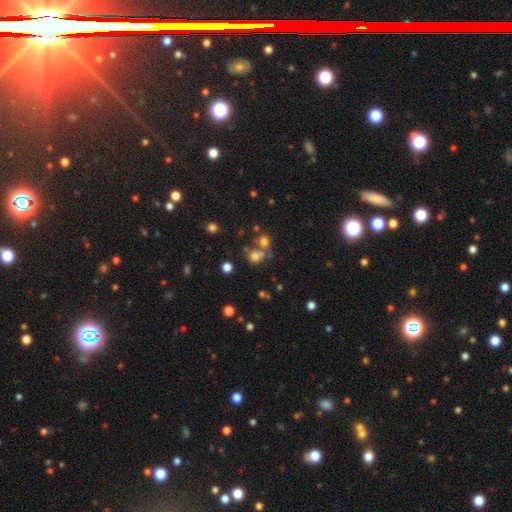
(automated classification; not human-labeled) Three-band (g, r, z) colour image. It shows a smooth galaxy with no disk features (69%) that is round (72%). Merging: none (46%).